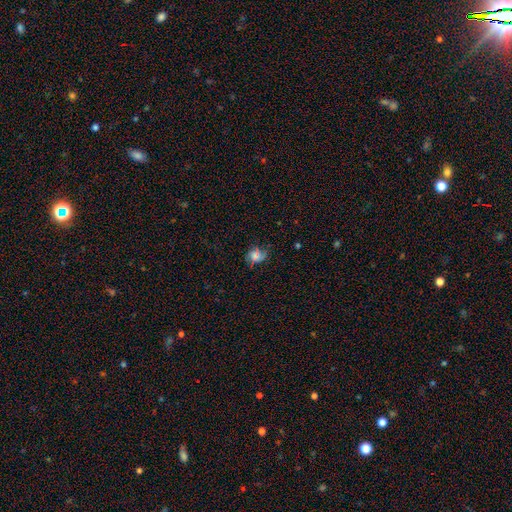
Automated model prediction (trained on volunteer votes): A smooth galaxy with no disk features (45%). Merging: none (62%).